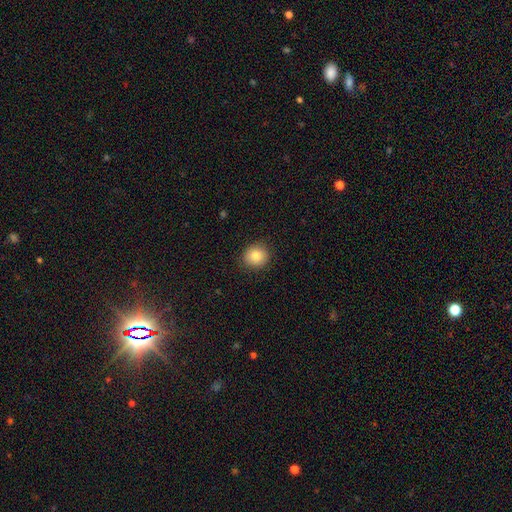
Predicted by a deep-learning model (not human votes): Q: Smooth or featured?
A: smooth (83%); runner-up: star or artifact (10%)
Q: How rounded?
A: round (85%); runner-up: in between (14%)
Q: Merging?
A: none (89%); runner-up: minor disturbance (8%)